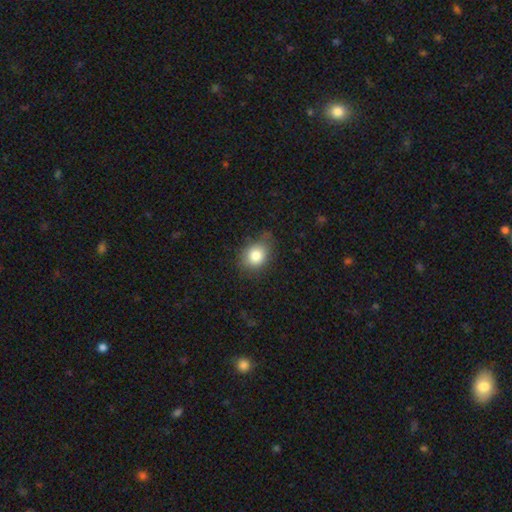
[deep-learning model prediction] A smooth galaxy with no disk features (82%) that is round (53%). Merging: none (67%).